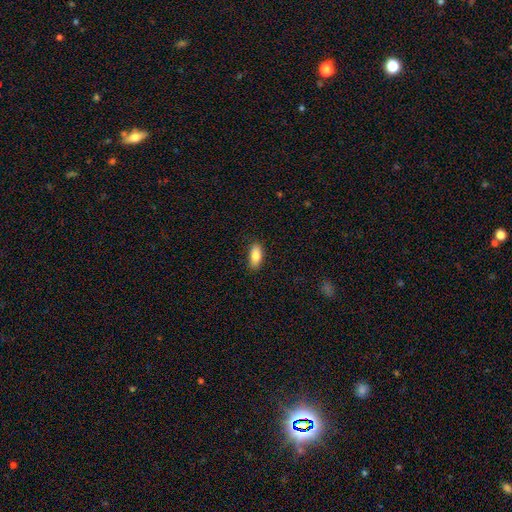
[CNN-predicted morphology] A smooth galaxy with no disk features (83%) that is in between round and cigar-shaped (86%).

Vote fractions:
- Smooth or featured? smooth: 83% / featured or disk: 10% / star or artifact: 7%
- How rounded? in between: 86% / cigar-shaped: 11% / round: 3%
- Merging? none: 85% / minor disturbance: 12% / major disturbance: 2% / merger: 1%